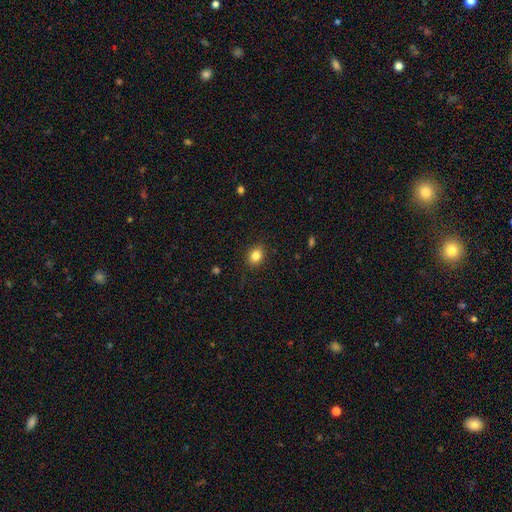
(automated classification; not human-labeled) smooth 84%, star or artifact 10%, featured or disk 6%. Down the decision tree: how rounded — in between (51%); merging — none (88%).